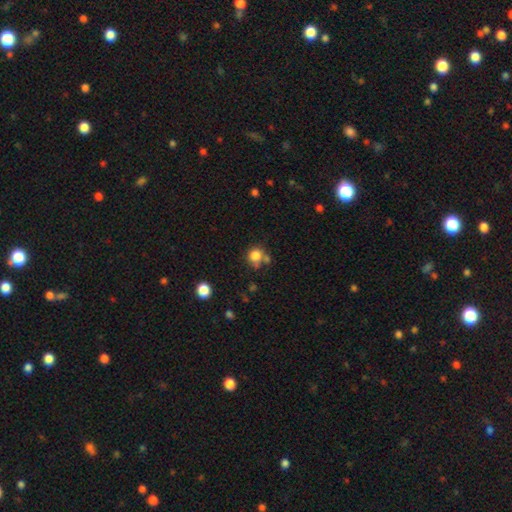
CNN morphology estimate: Smooth or featured? smooth (81%)
How rounded? round (86%)
Merging? none (59%)